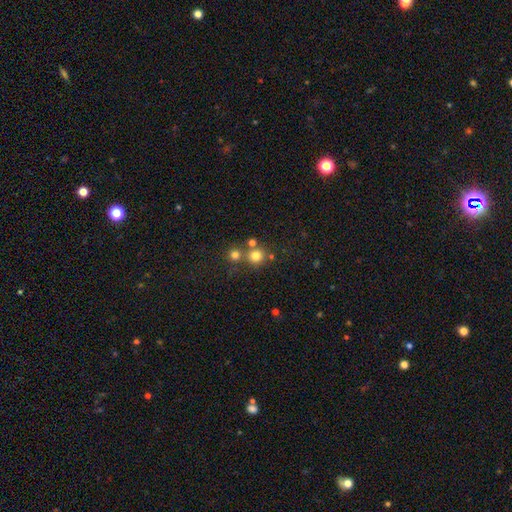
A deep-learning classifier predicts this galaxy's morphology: This is likely a smooth galaxy (75%). How rounded: clearly round (91%). Merging: likely none (63%).